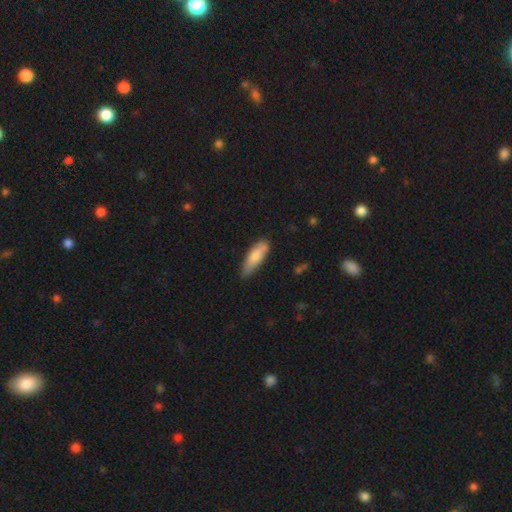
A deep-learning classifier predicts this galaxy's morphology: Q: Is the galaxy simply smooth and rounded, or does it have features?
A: smooth — 79%.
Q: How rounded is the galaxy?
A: in between — 50%.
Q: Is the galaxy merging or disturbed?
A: none — 65%.